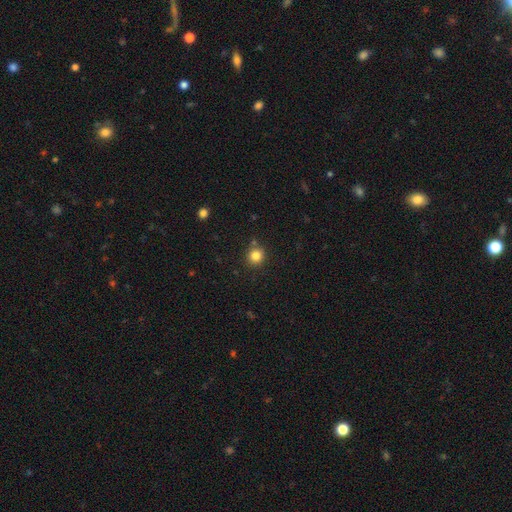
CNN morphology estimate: The model was most divided on "smooth or featured": smooth: 83%, star or artifact: 12%, featured or disk: 5%. More confident: how rounded — round (90%); merging — none (83%).